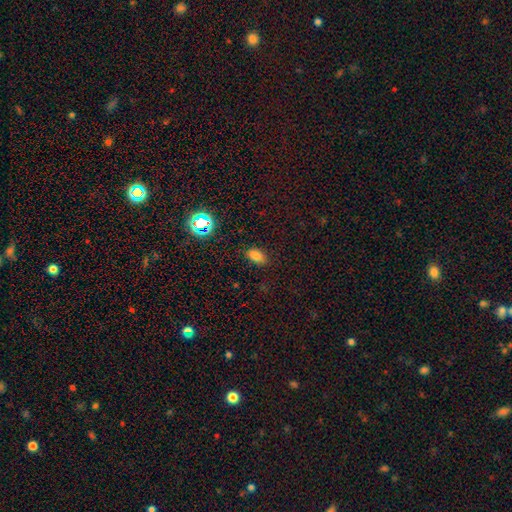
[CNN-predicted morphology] Smooth or featured? Predicted: smooth (p=0.77). How rounded? Predicted: in between (p=0.90). Merging? Predicted: none (p=0.85).